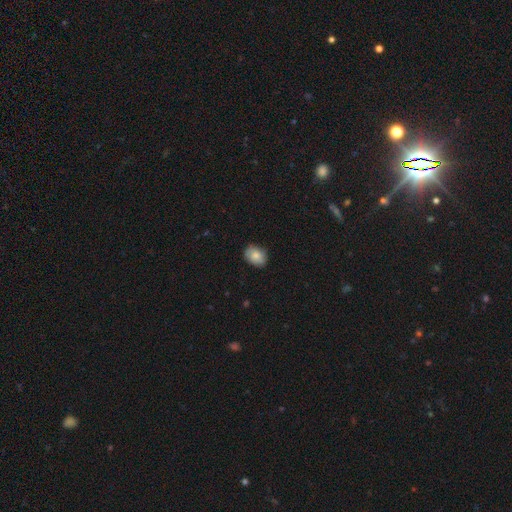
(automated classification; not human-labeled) Q: Smooth or featured?
A: smooth (79%); runner-up: featured or disk (14%)
Q: How rounded?
A: in between (68%); runner-up: round (31%)
Q: Merging?
A: none (81%); runner-up: minor disturbance (15%)